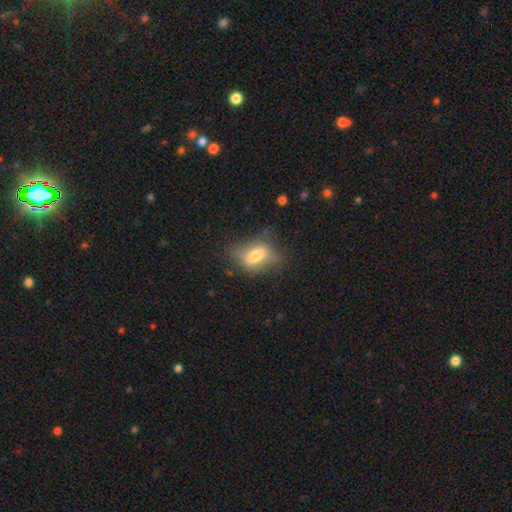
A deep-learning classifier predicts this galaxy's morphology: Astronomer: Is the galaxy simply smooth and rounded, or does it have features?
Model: smooth — 60%.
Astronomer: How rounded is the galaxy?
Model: in between — 77%.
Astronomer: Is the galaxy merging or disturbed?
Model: none — 60%.